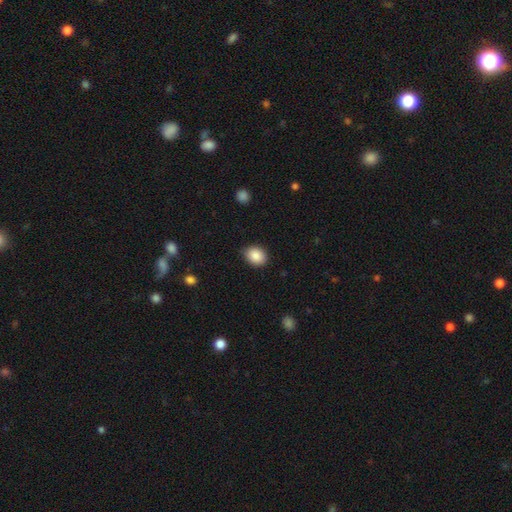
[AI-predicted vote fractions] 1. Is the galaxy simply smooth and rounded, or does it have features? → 88% smooth, 8% star or artifact, 4% featured or disk.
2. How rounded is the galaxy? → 58% in between, 41% round, 1% cigar-shaped.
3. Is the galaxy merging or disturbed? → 83% none, 14% minor disturbance, 3% major disturbance, 1% merger.